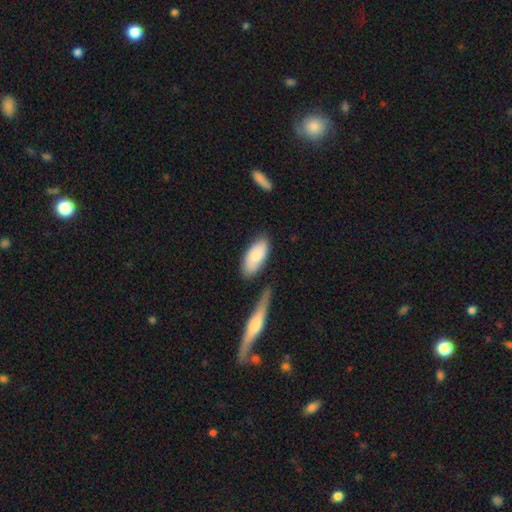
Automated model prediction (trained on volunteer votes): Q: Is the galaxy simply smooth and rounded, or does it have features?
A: smooth — 72%.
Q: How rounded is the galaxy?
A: in between — 89%.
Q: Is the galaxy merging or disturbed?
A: none — 70%.